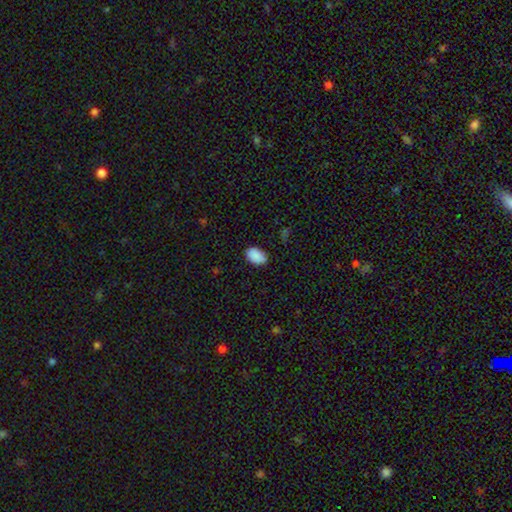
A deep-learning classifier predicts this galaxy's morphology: Q: Smooth or featured?
A: smooth (90%); runner-up: star or artifact (7%)
Q: How rounded?
A: in between (88%); runner-up: round (11%)
Q: Merging?
A: none (83%); runner-up: minor disturbance (13%)